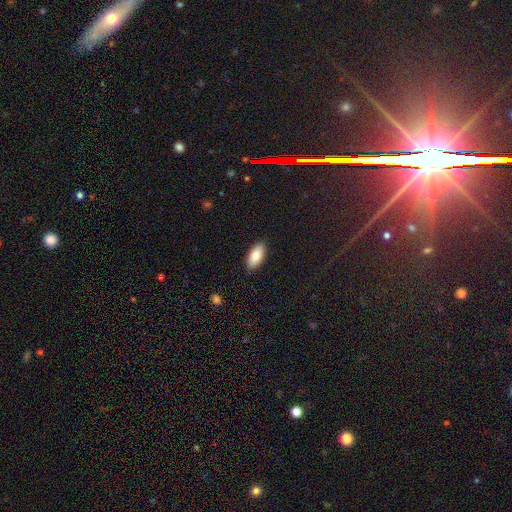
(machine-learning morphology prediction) Smooth or featured? smooth (80%)
How rounded? in between (91%)
Merging? none (89%)